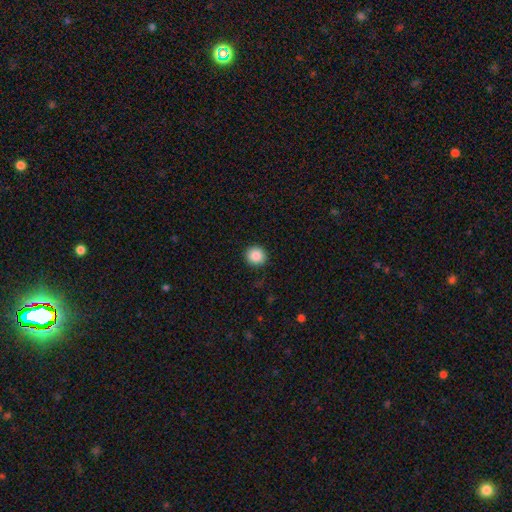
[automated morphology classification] Smooth or featured: smooth — 88% (star or artifact — 9%)
How rounded: round — 91% (in between — 9%)
Merging: none — 91% (minor disturbance — 6%)